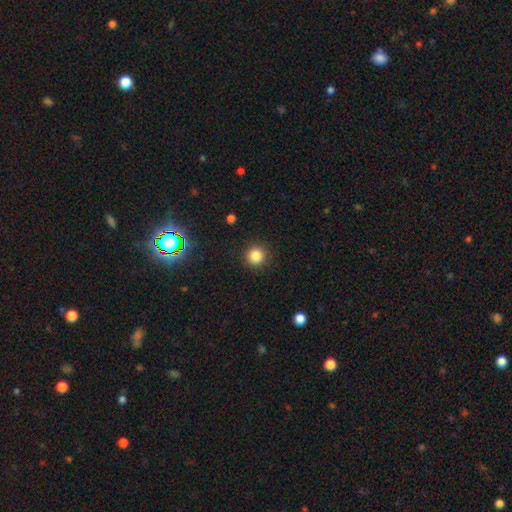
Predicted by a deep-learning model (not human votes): smooth-or-featured: smooth: 83% | star or artifact: 13% | featured or disk: 4%
  how-rounded: round: 95% | in between: 4% | cigar-shaped: 1%
  merging: none: 91% | minor disturbance: 5% | major disturbance: 2% | merger: 1%